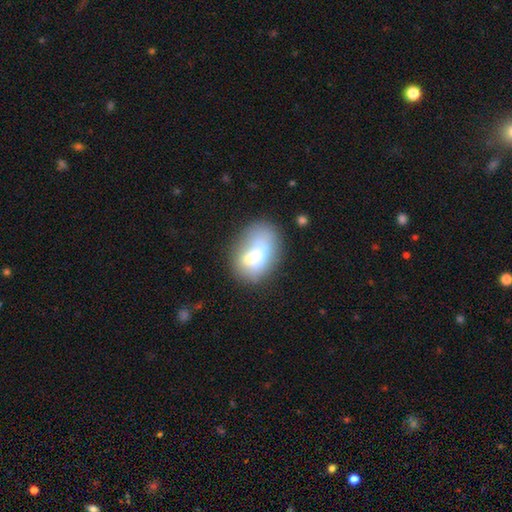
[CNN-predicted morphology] Smooth or featured: smooth — 55% (featured or disk — 35%)
How rounded: in between — 68% (round — 30%)
Merging: none — 36% (tied with merger — 36%)